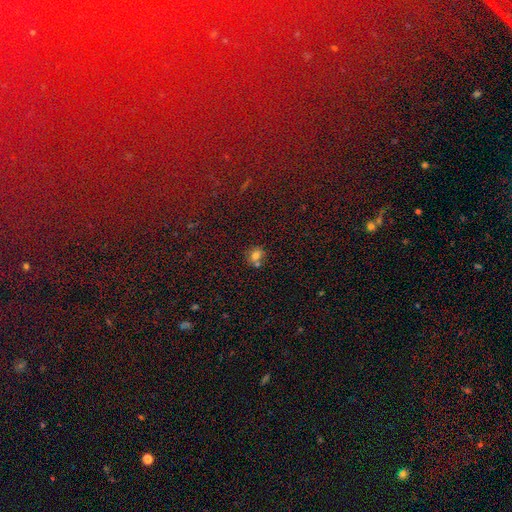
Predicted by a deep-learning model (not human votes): Overall: smooth (70%). How rounded: round (72%). Merging: none (56%; merger 28%).